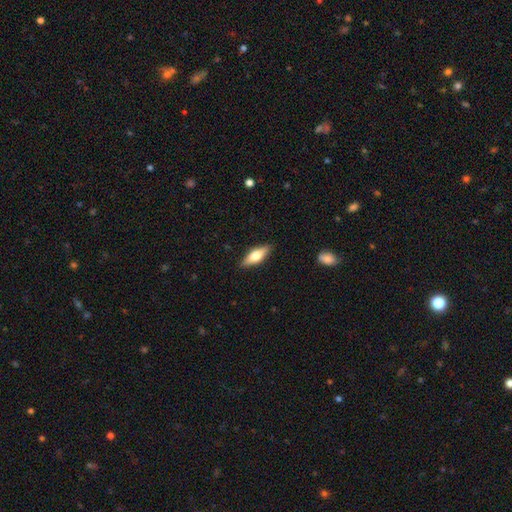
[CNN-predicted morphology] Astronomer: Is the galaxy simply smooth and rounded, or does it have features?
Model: smooth — 54% (runner-up: featured or disk, 40%).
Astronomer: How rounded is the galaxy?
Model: in between — 60% (runner-up: cigar-shaped, 38%).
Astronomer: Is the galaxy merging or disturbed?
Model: none — 88%.